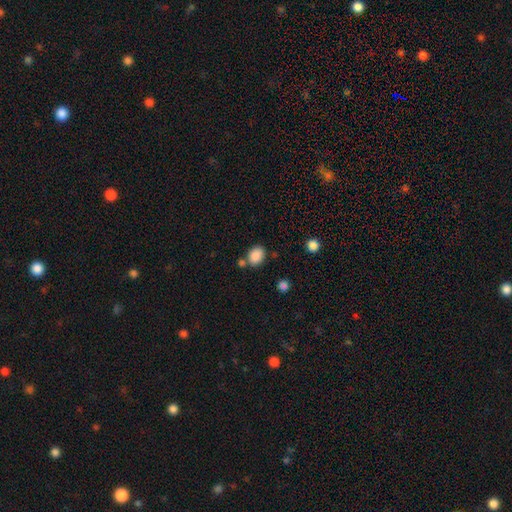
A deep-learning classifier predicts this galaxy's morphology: The model was most divided on "how rounded": in between: 56%, round: 43%, cigar-shaped: 1%. More confident: smooth or featured — smooth (86%); merging — none (67%).